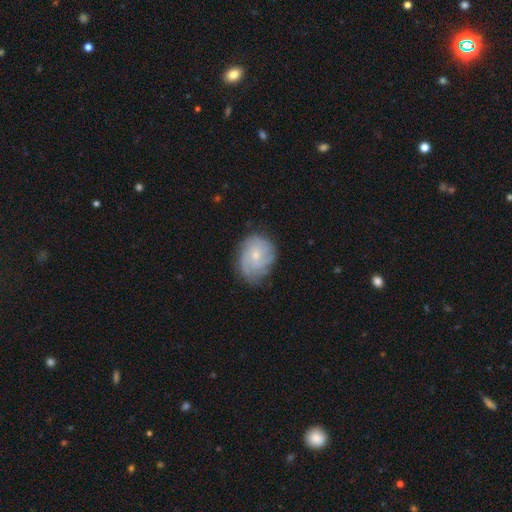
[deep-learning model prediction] Smooth or featured? Predicted: featured or disk (p=0.62). Edge-on disk? Predicted: no (p=0.97). Bar? Predicted: no (p=0.74). Spiral arms? Predicted: yes (p=0.87). Spiral winding? Predicted: tight (p=0.59). Spiral arm count? Predicted: can't tell (p=0.45). Bulge size? Predicted: small (p=0.57). Merging? Predicted: none (p=0.64).